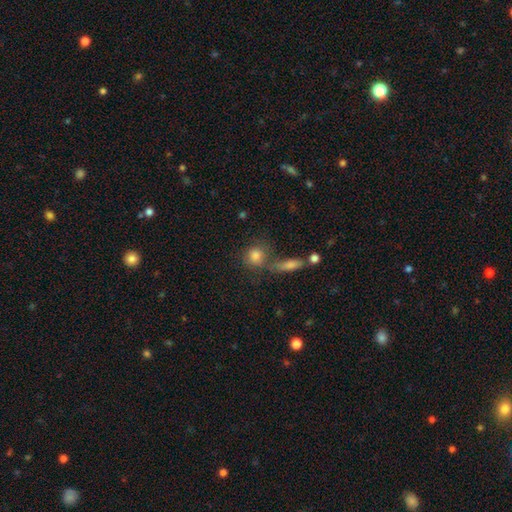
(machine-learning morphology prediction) smooth-or-featured: smooth: 80% | star or artifact: 11% | featured or disk: 9%
  how-rounded: round: 77% | in between: 19% | cigar-shaped: 4%
  merging: none: 57% | merger: 25% | minor disturbance: 12% | major disturbance: 6%